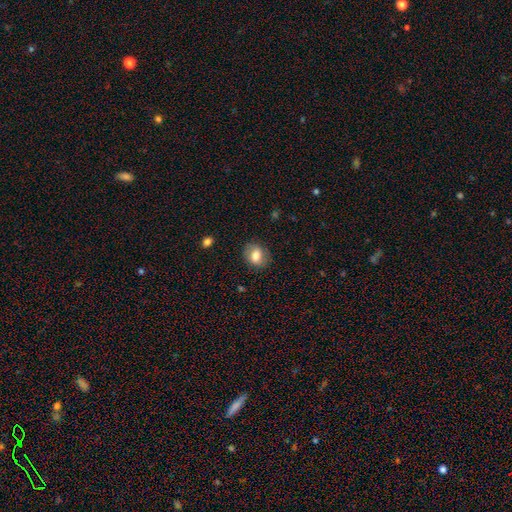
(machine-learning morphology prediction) This is likely a smooth galaxy (76%). How rounded: possibly in between (52%). Merging: clearly none (82%).